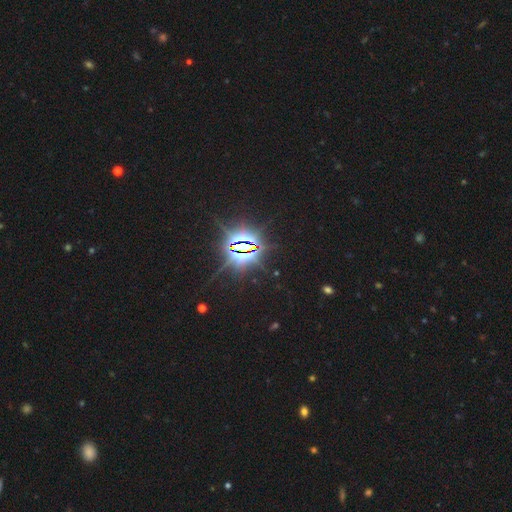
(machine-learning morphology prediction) Smooth or featured? star or artifact (86%)